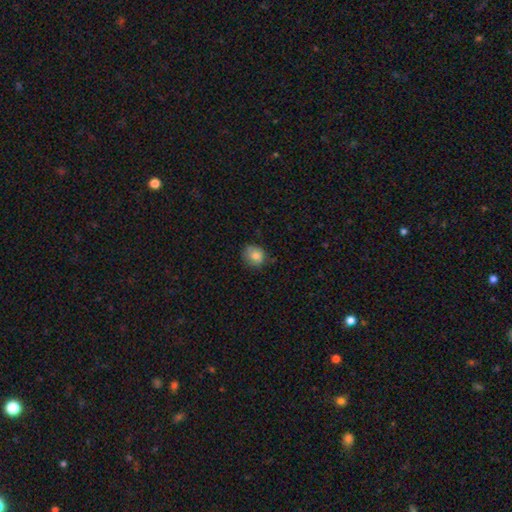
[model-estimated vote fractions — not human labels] This is clearly a smooth galaxy (82%). How rounded: likely round (75%). Merging: likely none (71%).